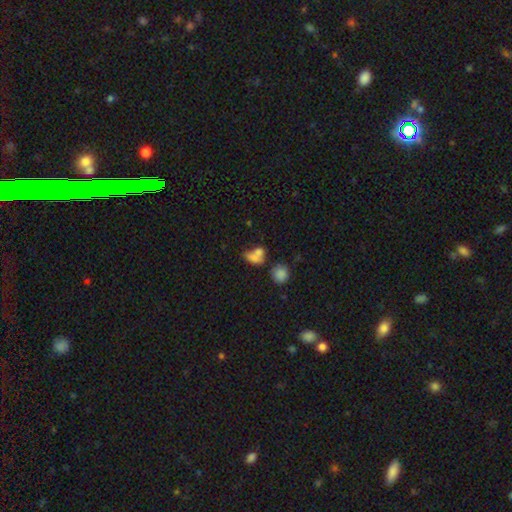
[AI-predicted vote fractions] This is likely a smooth galaxy (72%). How rounded: likely in between (65%). Merging: possibly merger (54%).